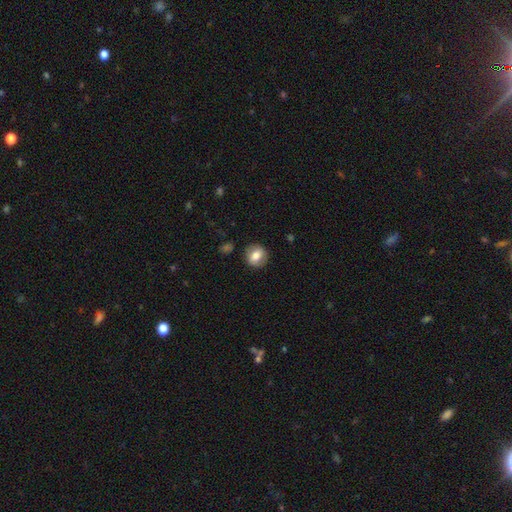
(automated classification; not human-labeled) Q: Smooth or featured?
A: smooth (73%); runner-up: featured or disk (18%)
Q: How rounded?
A: round (80%); runner-up: in between (19%)
Q: Merging?
A: none (86%); runner-up: minor disturbance (10%)